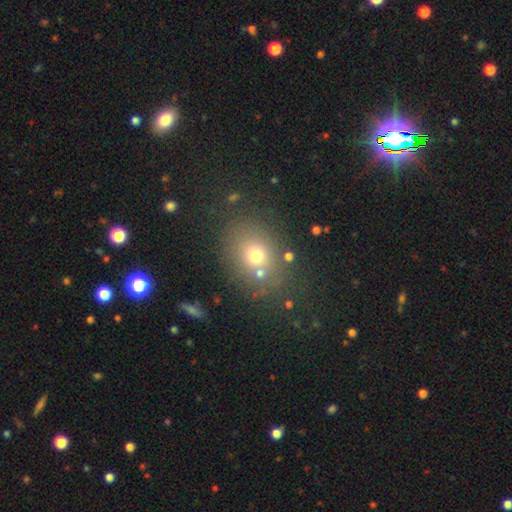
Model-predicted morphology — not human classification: type=smooth (70%); roundness=round (56%); merging=none (75%).